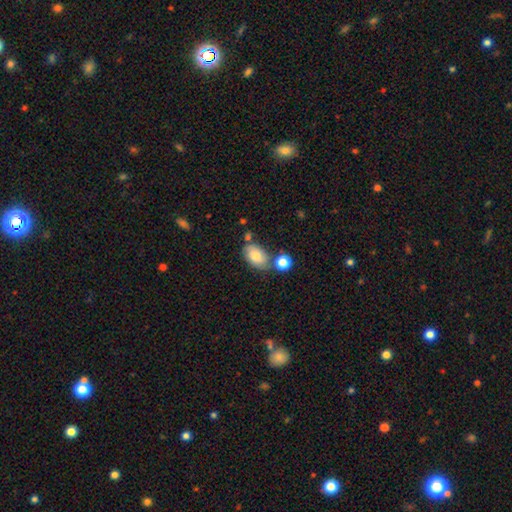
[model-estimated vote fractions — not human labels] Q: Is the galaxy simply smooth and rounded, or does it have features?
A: smooth — 79%.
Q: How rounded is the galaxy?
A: in between — 86%.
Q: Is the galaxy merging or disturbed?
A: none — 60%.